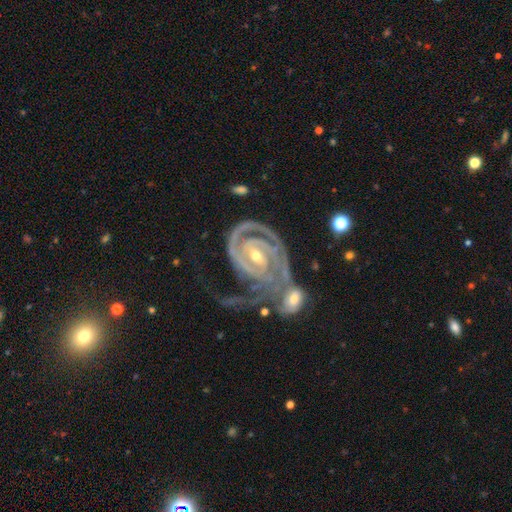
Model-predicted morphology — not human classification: Q: Smooth or featured?
A: featured or disk (93%); runner-up: star or artifact (4%)
Q: Edge-on disk?
A: no (97%); runner-up: yes (3%)
Q: Bar?
A: weak (42%); runner-up: strong (31%)
Q: Spiral arms?
A: yes (98%); runner-up: no (2%)
Q: Spiral winding?
A: tight (77%); runner-up: medium (20%)
Q: Spiral arm count?
A: 2 (60%); runner-up: 3 (14%)
Q: Bulge size?
A: small (50%); runner-up: moderate (47%)
Q: Merging?
A: merger (37%); runner-up: none (29%)